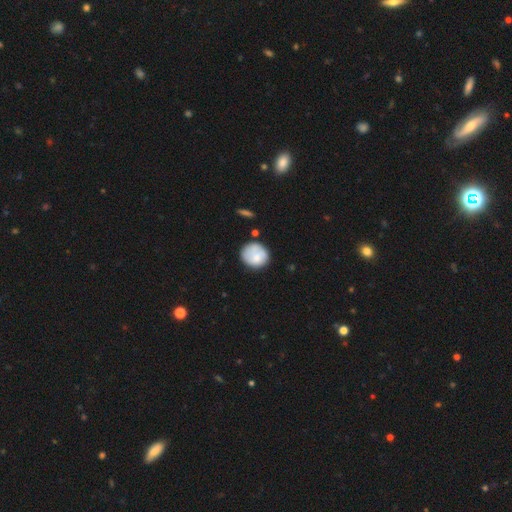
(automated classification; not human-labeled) smooth_or_featured: smooth (p=0.77) [alt: featured or disk p=0.16]
how_rounded: round (p=0.83) [alt: in between p=0.16]
merging: none (p=0.66) [alt: minor disturbance p=0.22]